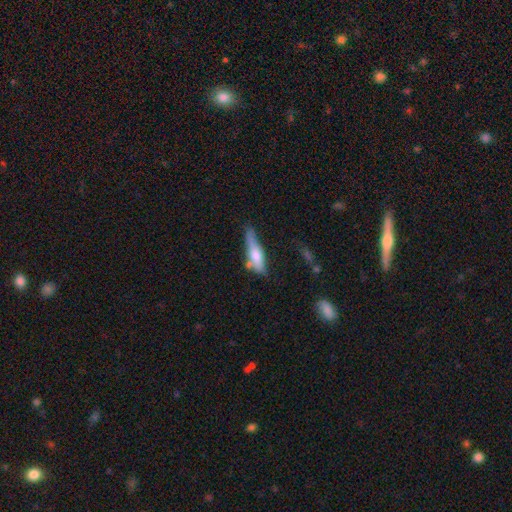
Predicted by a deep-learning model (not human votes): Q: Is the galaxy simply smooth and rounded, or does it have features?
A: smooth — 59%.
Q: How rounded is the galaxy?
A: cigar-shaped — 69%.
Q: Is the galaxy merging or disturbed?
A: none — 46%.